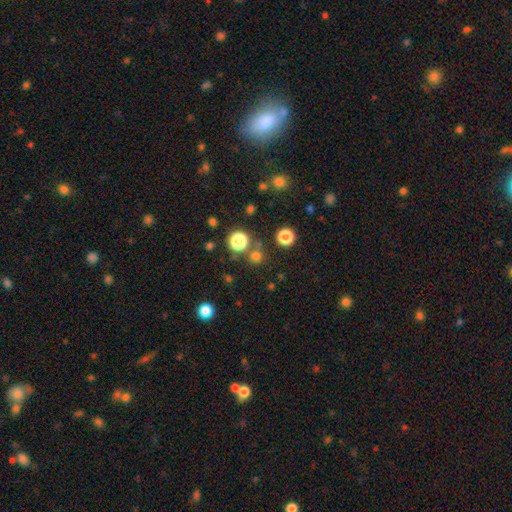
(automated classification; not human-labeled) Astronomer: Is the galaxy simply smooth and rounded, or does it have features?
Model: smooth — 69%.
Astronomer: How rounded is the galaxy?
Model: round — 92%.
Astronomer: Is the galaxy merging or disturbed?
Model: none — 76%.